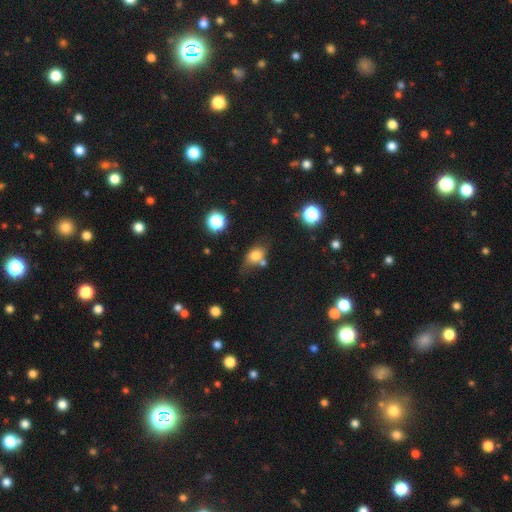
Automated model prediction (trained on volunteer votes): Smooth or featured?
  - smooth: 75% *
  - star or artifact: 13%
  - featured or disk: 12%
How rounded?
  - in between: 70% *
  - round: 27%
  - cigar-shaped: 3%
Merging?
  - none: 51% *
  - minor disturbance: 23%
  - merger: 18%
  - major disturbance: 8%